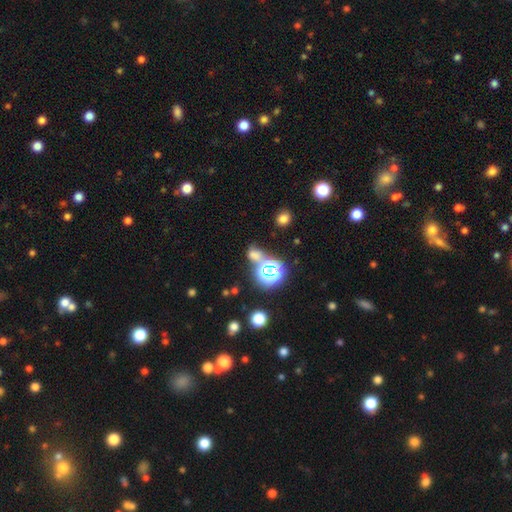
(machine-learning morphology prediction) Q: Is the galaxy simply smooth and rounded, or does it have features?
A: star or artifact — 47%.